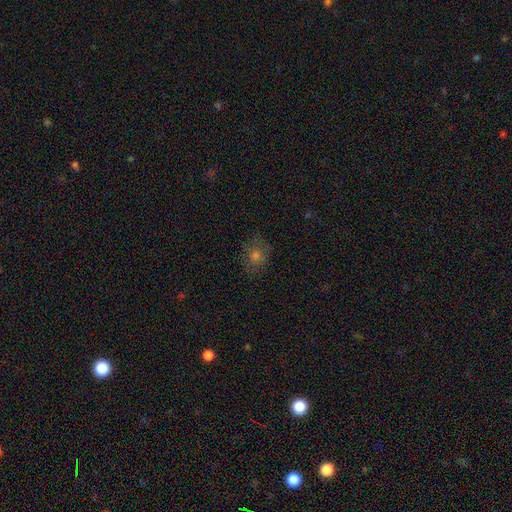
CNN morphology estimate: smooth_or_featured: smooth (p=0.58) [alt: star or artifact p=0.21]
how_rounded: round (p=0.67) [alt: in between p=0.32]
merging: none (p=0.78) [alt: minor disturbance p=0.15]